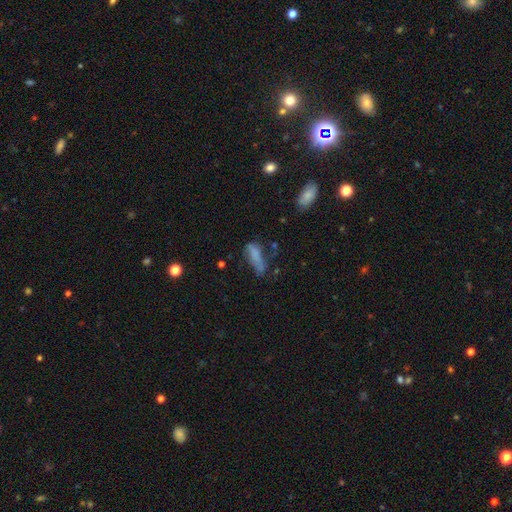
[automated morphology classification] smooth_or_featured: smooth (p=0.67) [alt: featured or disk p=0.21]
how_rounded: in between (p=0.56) [alt: cigar-shaped p=0.41]
merging: none (p=0.35) [alt: minor disturbance p=0.29]